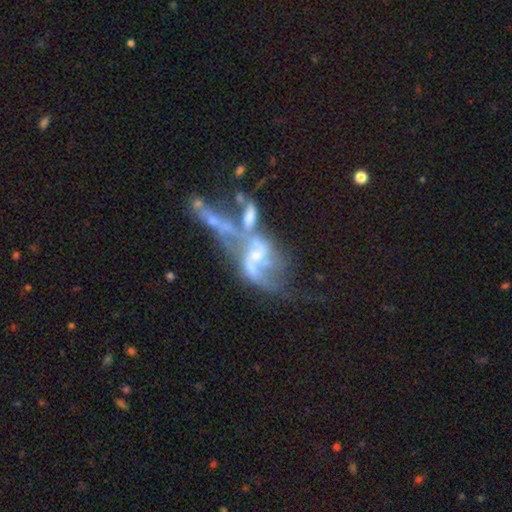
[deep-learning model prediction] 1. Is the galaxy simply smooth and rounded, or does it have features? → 73% featured or disk, 14% smooth, 12% star or artifact.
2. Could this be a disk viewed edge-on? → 94% no, 6% yes.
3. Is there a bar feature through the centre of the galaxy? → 67% no, 24% weak, 10% strong.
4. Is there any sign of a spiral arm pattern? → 51% yes, 49% no.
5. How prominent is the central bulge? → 33% small, 31% none, 30% moderate, 4% large, 2% dominant.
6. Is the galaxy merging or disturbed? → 62% merger, 21% major disturbance, 10% none, 7% minor disturbance.